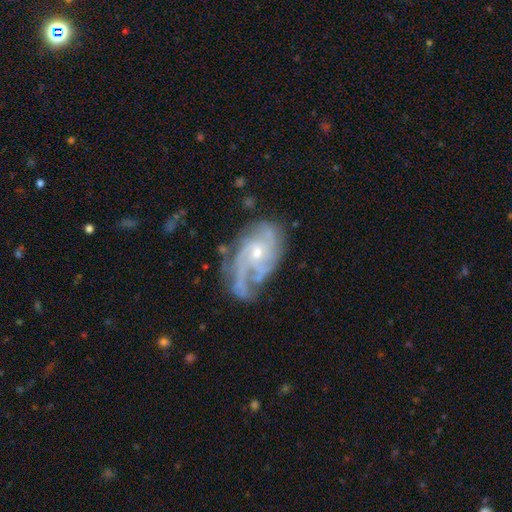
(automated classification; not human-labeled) A featured or disk galaxy (85%) with no bar (66%), 2 (27%, tied with 3) tight (42%, tied with medium) spiral arms (94%) and a small central bulge (58%).

Vote fractions:
- Smooth or featured? featured or disk: 85% / smooth: 8% / star or artifact: 7%
- Edge-on disk? no: 97% / yes: 3%
- Bar? no: 66% / weak: 28% / strong: 6%
- Spiral arms? yes: 94% / no: 6%
- Spiral winding? tight: 42% (tied) / medium: 42% (tied) / loose: 17%
- Spiral arm count? 2: 27% (tied) / 3: 27% (tied) / can't tell: 24% / 4: 10% / 1: 7% / more than 4: 5%
- Bulge size? small: 58% / moderate: 38% / none: 2% / large: 1% / dominant: 1%
- Merging? none: 55% / minor disturbance: 25% / major disturbance: 16% / merger: 4%